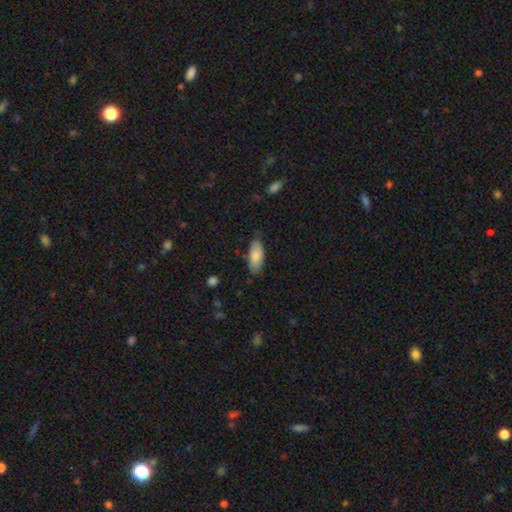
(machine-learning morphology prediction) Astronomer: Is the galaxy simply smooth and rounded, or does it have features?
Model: smooth — 83%.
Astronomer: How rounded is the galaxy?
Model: in between — 83%.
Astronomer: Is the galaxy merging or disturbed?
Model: none — 76%.